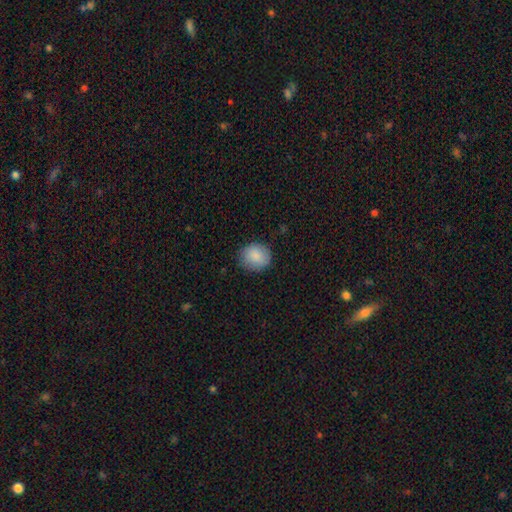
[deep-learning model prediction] Smooth or featured? smooth (87%)
How rounded? round (76%)
Merging? none (84%)